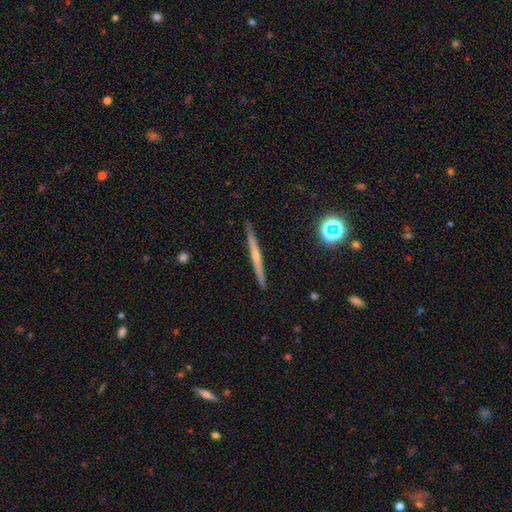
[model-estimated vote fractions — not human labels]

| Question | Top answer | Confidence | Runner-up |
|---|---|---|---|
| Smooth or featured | featured or disk | 68% | smooth (22%) |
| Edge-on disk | yes | 98% | no (2%) |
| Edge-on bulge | rounded | 67% | none (29%) |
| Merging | none | 91% | minor disturbance (7%) |